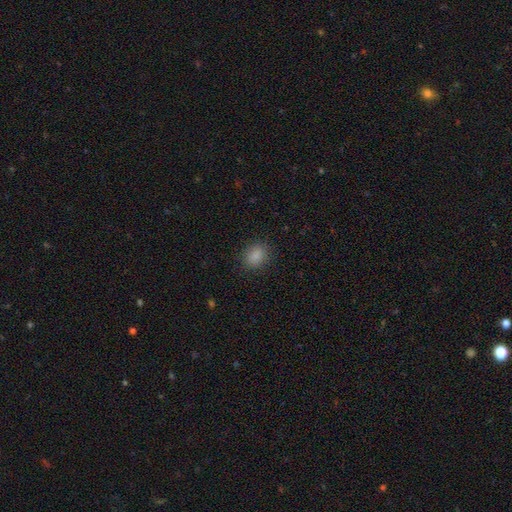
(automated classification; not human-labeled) This is clearly a smooth galaxy (86%). How rounded: possibly round (51%). Merging: clearly none (87%).